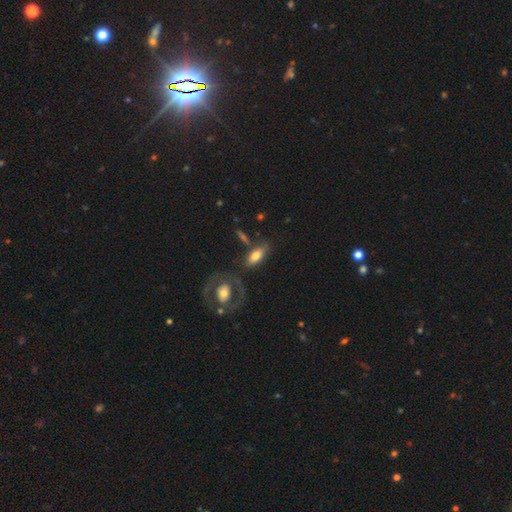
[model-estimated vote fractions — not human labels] smooth_or_featured: smooth (p=0.66) [alt: featured or disk p=0.27]
how_rounded: in between (p=0.82) [alt: cigar-shaped p=0.14]
merging: none (p=0.66) [alt: minor disturbance p=0.15]